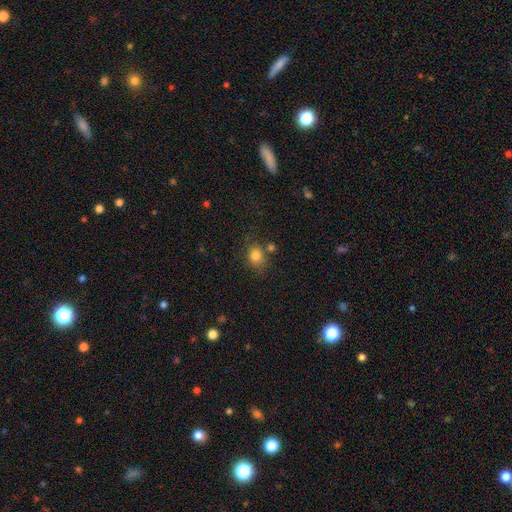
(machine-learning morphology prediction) This appears to be a smooth galaxy with no disk features (82%) that is round (67%). Merging: none (65%).